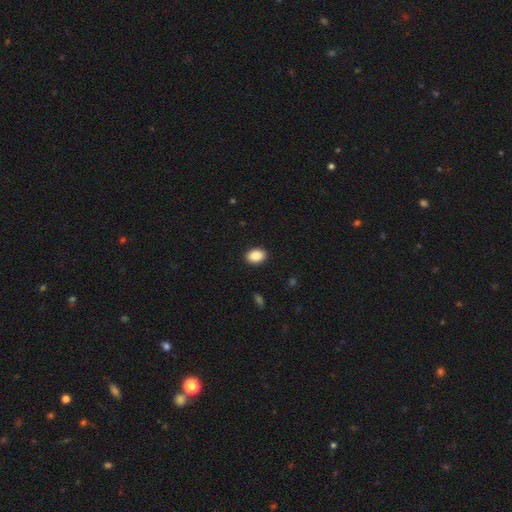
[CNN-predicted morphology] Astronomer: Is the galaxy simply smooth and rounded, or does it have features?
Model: smooth — 88%.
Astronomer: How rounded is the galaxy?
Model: in between — 80%.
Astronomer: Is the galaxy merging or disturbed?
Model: none — 91%.